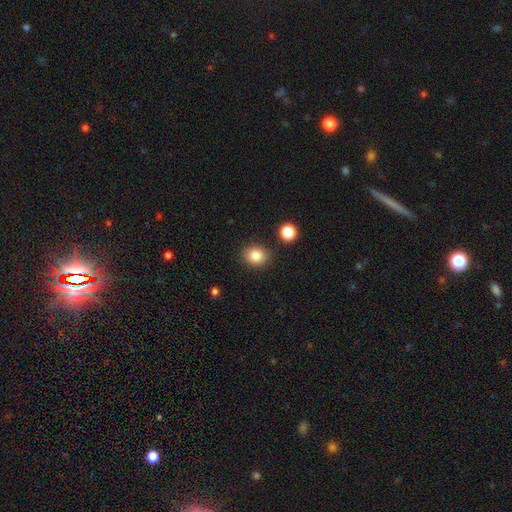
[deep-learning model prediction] Morphology: type=smooth (85%); roundness=round (63%); merging=none (85%).